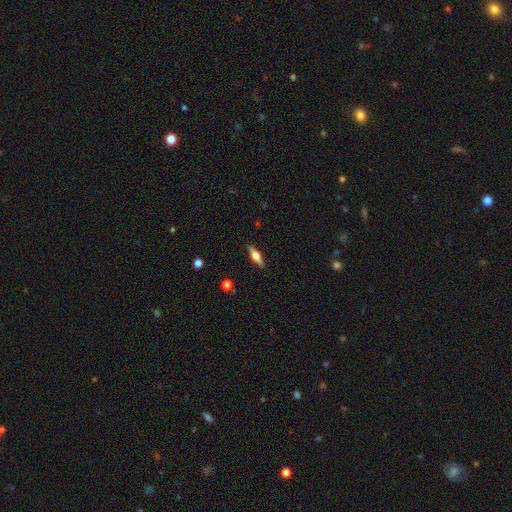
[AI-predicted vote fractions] Smooth or featured? featured or disk (49%)
Merging? none (88%)